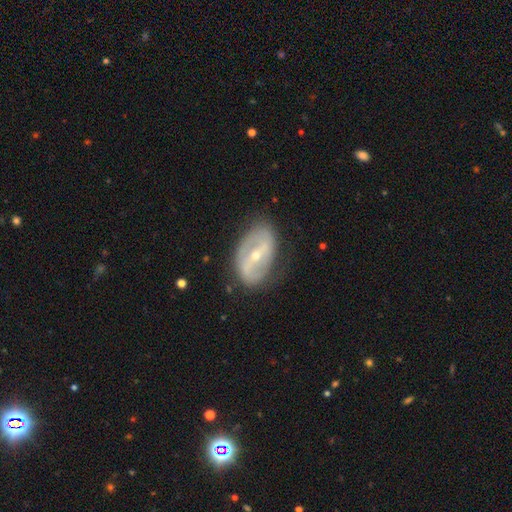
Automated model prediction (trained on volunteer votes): Smooth or featured?
  - featured or disk: 78% *
  - smooth: 16%
  - star or artifact: 6%
Edge-on disk?
  - no: 93% *
  - yes: 7%
Bar?
  - strong: 52% *
  - weak: 30%
  - no: 17%
Spiral arms?
  - yes: 59% *
  - no: 41%
Bulge size?
  - small: 61% *
  - moderate: 37%
  - large: 1%
  - none: 1%
  - dominant: 1%
Merging?
  - none: 73% *
  - minor disturbance: 19%
  - major disturbance: 7%
  - merger: 1%